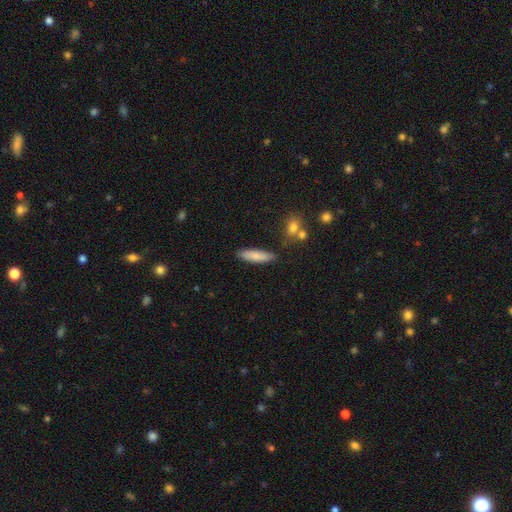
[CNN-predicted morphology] The model was most divided on "how rounded": cigar-shaped: 64%, in between: 34%, round: 2%. More confident: merging — none (85%); smooth or featured — smooth (79%).